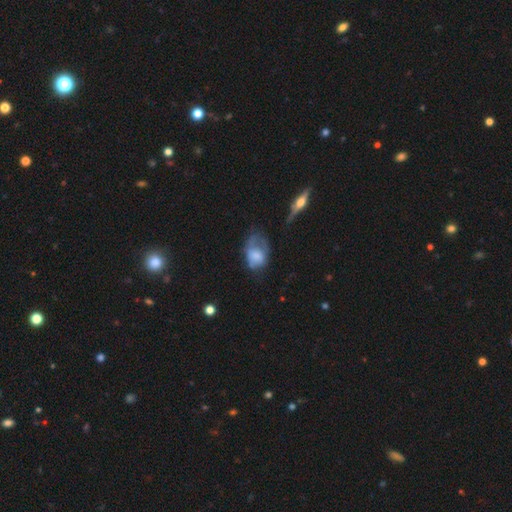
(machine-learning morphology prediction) This is possibly a smooth galaxy (59%). How rounded: likely in between (76%). Merging: marginally major disturbance (37%).